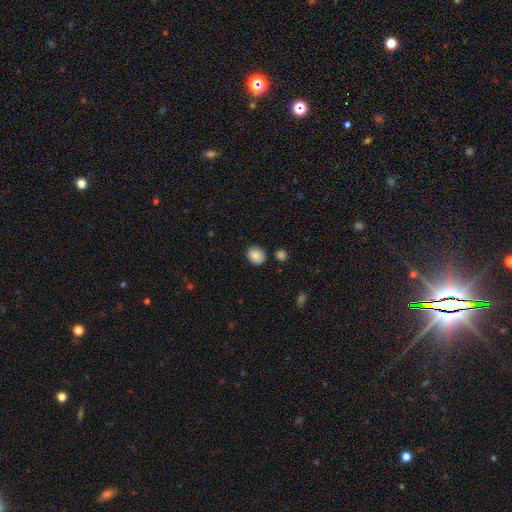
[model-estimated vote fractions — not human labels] smooth-or-featured: smooth: 86% | star or artifact: 8% | featured or disk: 6%
  how-rounded: round: 60% | in between: 39% | cigar-shaped: 1%
  merging: none: 83% | minor disturbance: 11% | merger: 4% | major disturbance: 2%